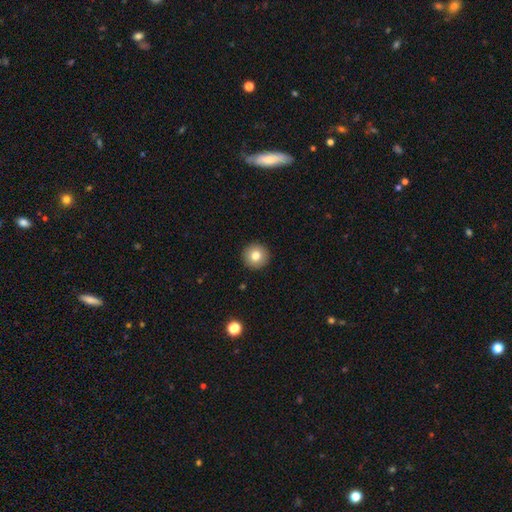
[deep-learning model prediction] Smooth or featured? smooth (79%)
How rounded? round (96%)
Merging? none (93%)